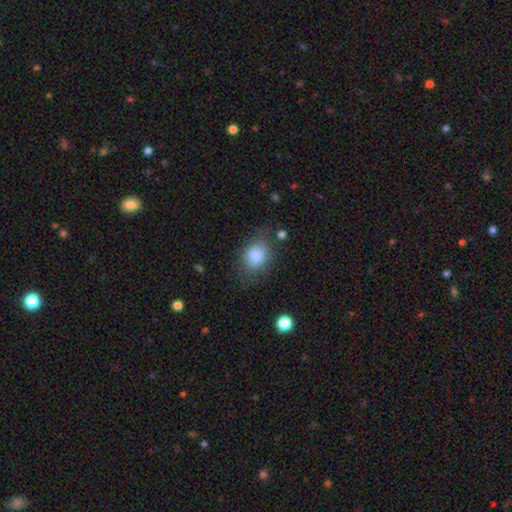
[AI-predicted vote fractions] Q: Smooth or featured?
A: smooth (83%); runner-up: featured or disk (9%)
Q: How rounded?
A: in between (63%); runner-up: round (35%)
Q: Merging?
A: none (63%); runner-up: minor disturbance (23%)